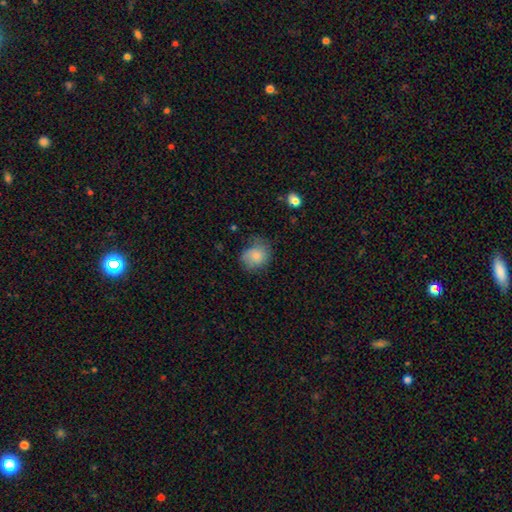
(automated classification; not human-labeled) A smooth galaxy with no disk features (76%) that is round (69%). Merging: none (54%).